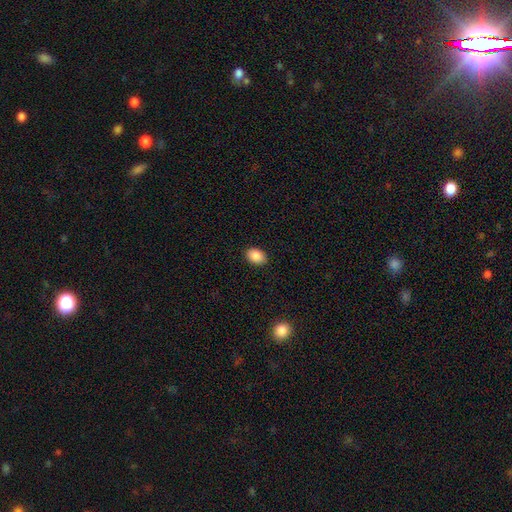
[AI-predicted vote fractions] Q: Smooth or featured?
A: smooth (88%); runner-up: star or artifact (8%)
Q: How rounded?
A: in between (79%); runner-up: round (20%)
Q: Merging?
A: none (90%); runner-up: minor disturbance (8%)